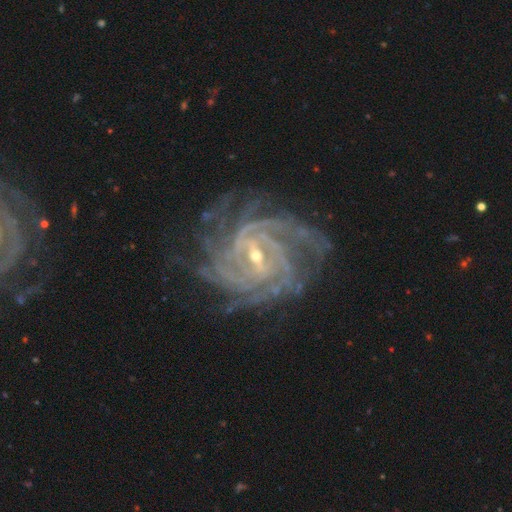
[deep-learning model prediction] Smooth or featured? featured or disk (92%)
Edge-on disk? no (97%)
Bar? weak (46%)
Spiral arms? yes (98%)
Spiral winding? tight (72%)
Spiral arm count? 4 (31%)
Bulge size? small (70%)
Merging? none (74%)